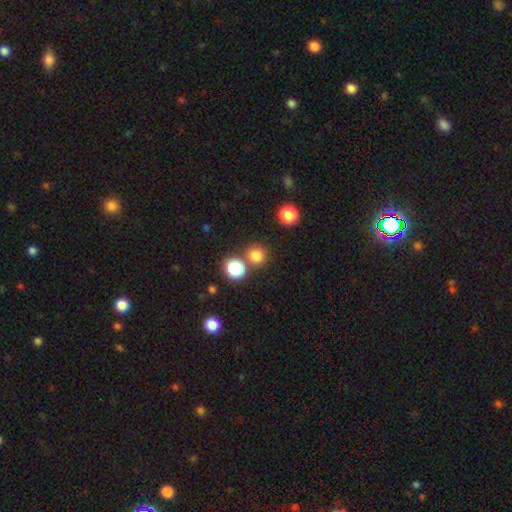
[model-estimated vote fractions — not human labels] Morphology: type=smooth (80%); roundness=round (89%); merging=none (69%).